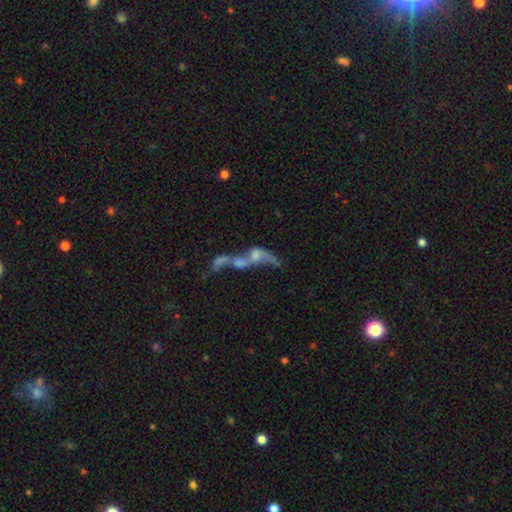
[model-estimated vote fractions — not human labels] smooth-or-featured: featured or disk: 56% | smooth: 29% | star or artifact: 15%
  disk-edge-on: no: 86% | yes: 14%
  merging: merger: 69% | major disturbance: 16% | none: 11% | minor disturbance: 5%